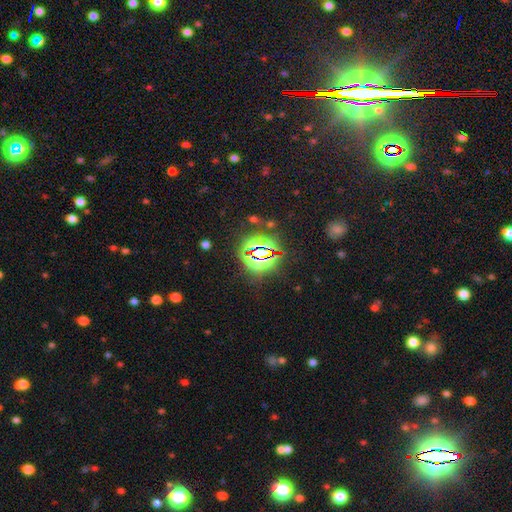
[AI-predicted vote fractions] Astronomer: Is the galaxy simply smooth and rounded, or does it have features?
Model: star or artifact — 80%.